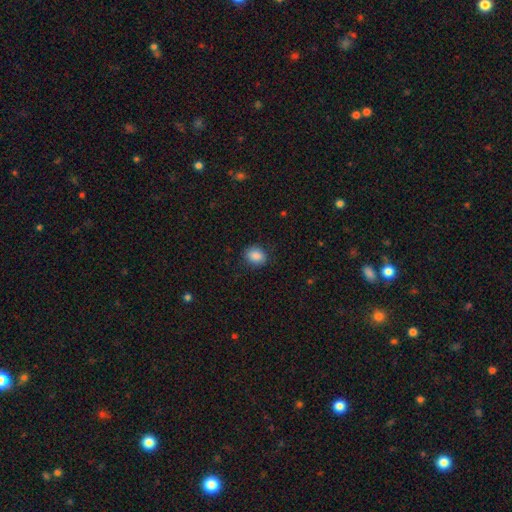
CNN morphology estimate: Smooth or featured? smooth (88%)
How rounded? round (54%)
Merging? none (85%)